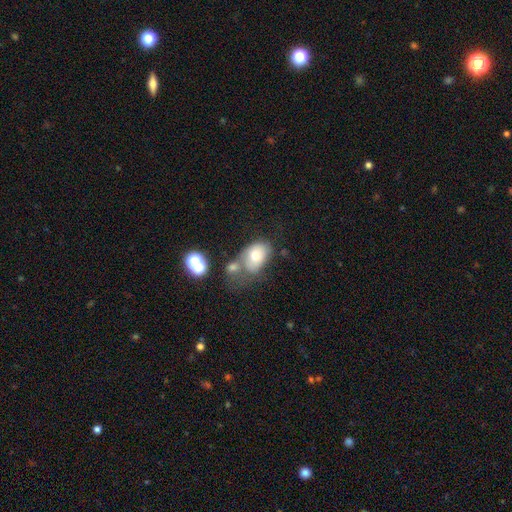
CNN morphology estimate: A smooth galaxy with no disk features (69%) that is in between round and cigar-shaped (78%).

Vote fractions:
- Smooth or featured? smooth: 69% / featured or disk: 21% / star or artifact: 10%
- How rounded? in between: 78% / round: 21% / cigar-shaped: 1%
- Merging? none: 37% / merger: 31% / minor disturbance: 20% / major disturbance: 13%